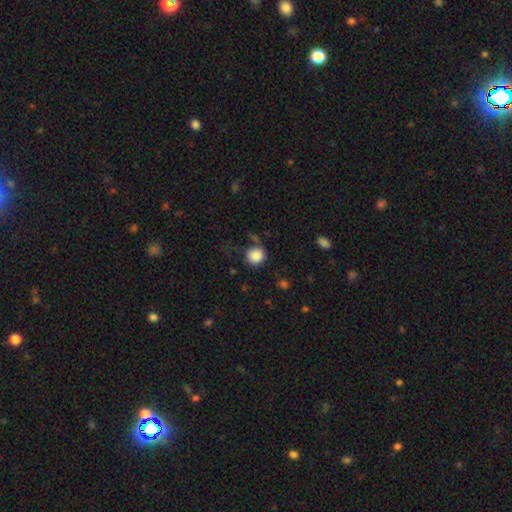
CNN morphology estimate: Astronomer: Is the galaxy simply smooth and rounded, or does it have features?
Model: smooth — 87%.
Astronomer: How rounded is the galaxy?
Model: round — 90%.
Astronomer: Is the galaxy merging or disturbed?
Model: none — 73%.